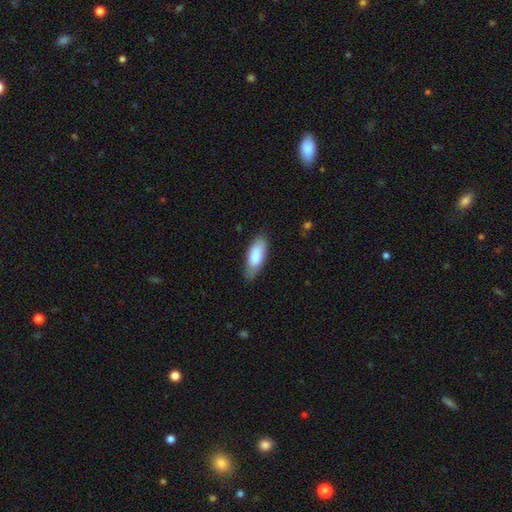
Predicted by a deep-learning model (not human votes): Smooth or featured: smooth — 82% (featured or disk — 12%)
How rounded: in between — 75% (cigar-shaped — 23%)
Merging: none — 78% (minor disturbance — 18%)